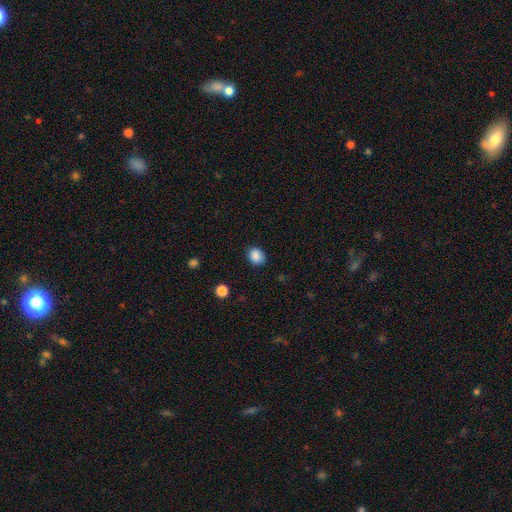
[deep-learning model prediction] Smooth or featured? Predicted: smooth (p=0.88). How rounded? Predicted: round (p=0.58). Merging? Predicted: none (p=0.87).